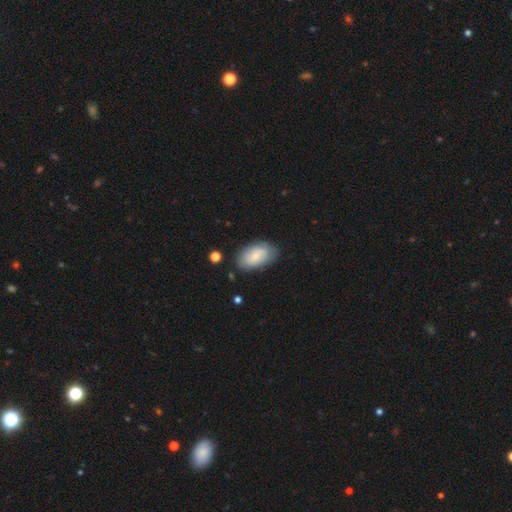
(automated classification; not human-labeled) The model was most divided on "smooth or featured": smooth: 69%, featured or disk: 25%, star or artifact: 6%. More confident: how rounded — in between (94%); merging — none (77%).